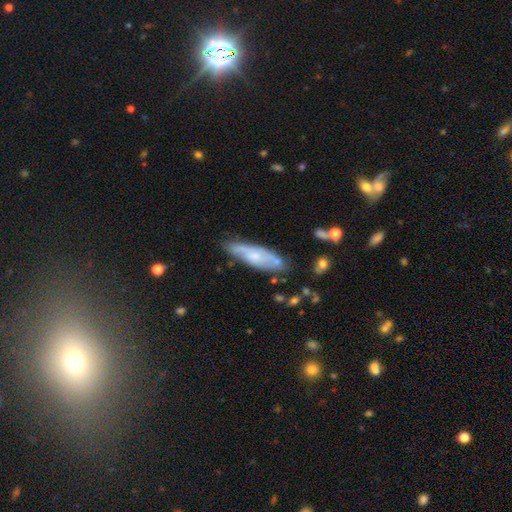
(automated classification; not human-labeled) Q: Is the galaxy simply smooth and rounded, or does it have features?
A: featured or disk — 52%.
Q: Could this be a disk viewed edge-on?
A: no — 65%.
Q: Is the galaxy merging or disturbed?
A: none — 67%.